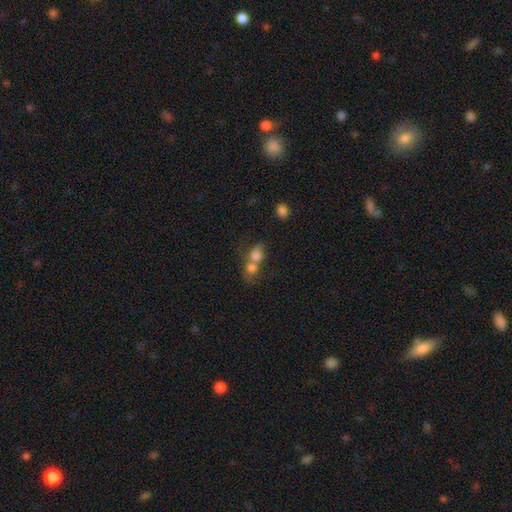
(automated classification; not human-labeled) smooth 75%, featured or disk 14%, star or artifact 11%. Down the decision tree: how rounded — round (57%); merging — merger (69%).